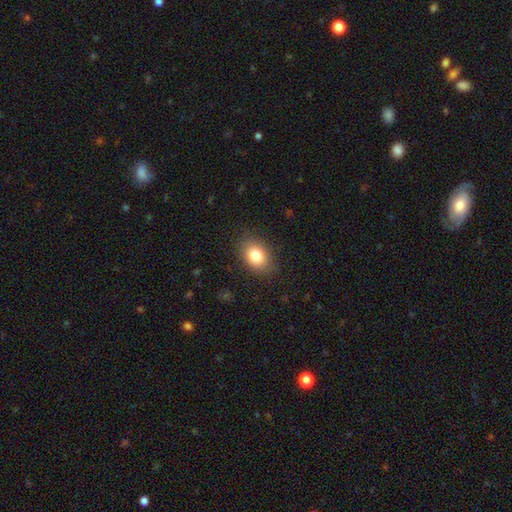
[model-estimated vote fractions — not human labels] This is clearly a smooth galaxy (82%). How rounded: likely in between (74%). Merging: clearly none (85%).